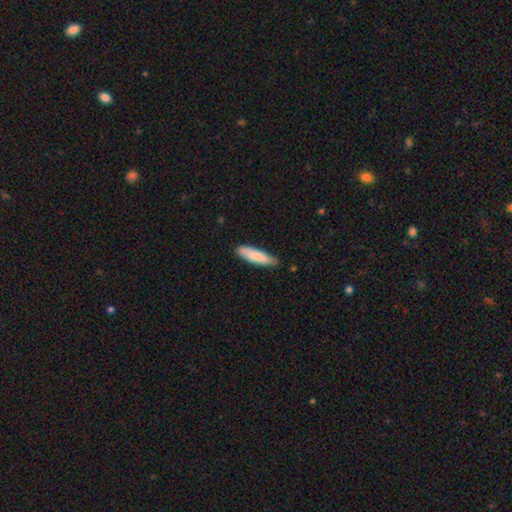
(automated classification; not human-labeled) This is clearly a smooth galaxy (82%). How rounded: likely cigar-shaped (68%). Merging: likely none (79%).